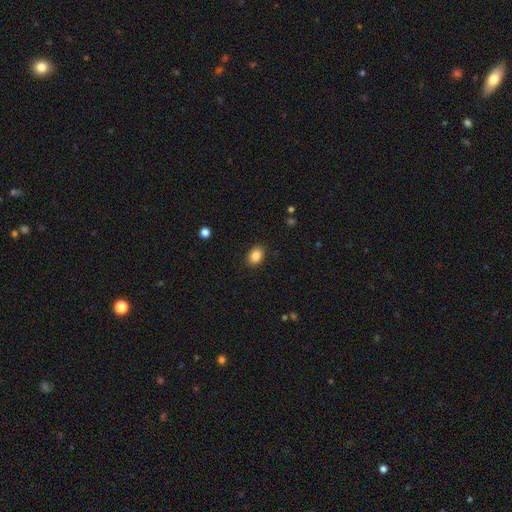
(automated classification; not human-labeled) Smooth or featured?
  - smooth: 87% *
  - star or artifact: 9%
  - featured or disk: 4%
How rounded?
  - in between: 71% *
  - round: 28%
  - cigar-shaped: 1%
Merging?
  - none: 88% *
  - minor disturbance: 8%
  - major disturbance: 2%
  - merger: 1%